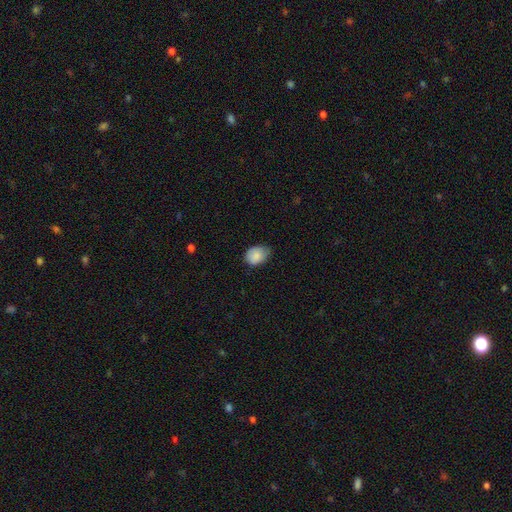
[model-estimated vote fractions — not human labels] The model was most divided on "merging": none: 56%, minor disturbance: 37%, major disturbance: 6%, merger: 1%. More confident: smooth or featured — smooth (86%); how rounded — in between (70%).